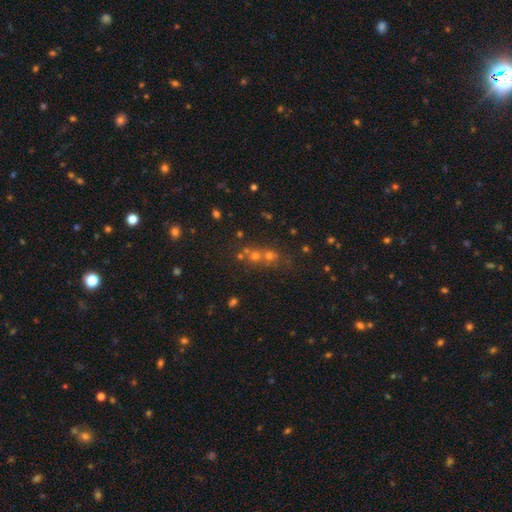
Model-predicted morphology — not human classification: smooth-or-featured: smooth: 43% | star or artifact: 39% | featured or disk: 18%
  merging: none: 47% | merger: 41% | minor disturbance: 8% | major disturbance: 5%